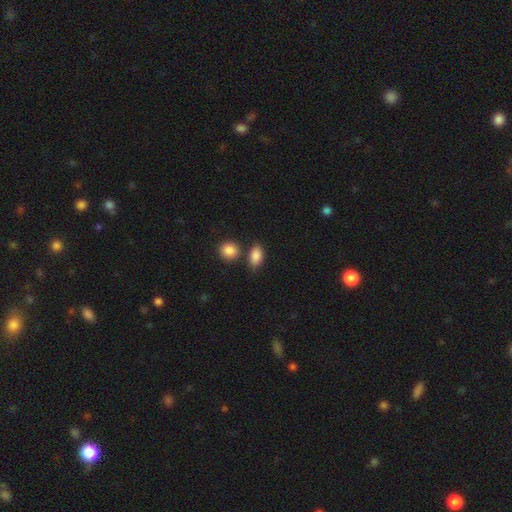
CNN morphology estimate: type=smooth (87%); roundness=in between (85%); merging=none (69%).